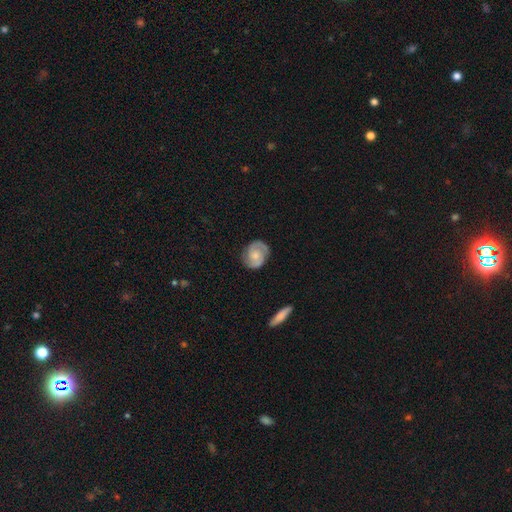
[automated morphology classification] Smooth or featured?
  - featured or disk: 70% *
  - smooth: 24%
  - star or artifact: 6%
Edge-on disk?
  - no: 97% *
  - yes: 3%
Bar?
  - no: 67% *
  - weak: 28%
  - strong: 5%
Spiral arms?
  - yes: 93% *
  - no: 7%
Spiral winding?
  - tight: 47% *
  - medium: 42%
  - loose: 11%
Spiral arm count?
  - 2: 85% *
  - can't tell: 7%
  - 1: 3%
  - 3: 2%
  - 4: 1%
  - more than 4: 1%
Bulge size?
  - moderate: 47% *
  - small: 38%
  - none: 8%
  - large: 5%
  - dominant: 1%
Merging?
  - none: 80% *
  - minor disturbance: 14%
  - major disturbance: 4%
  - merger: 1%